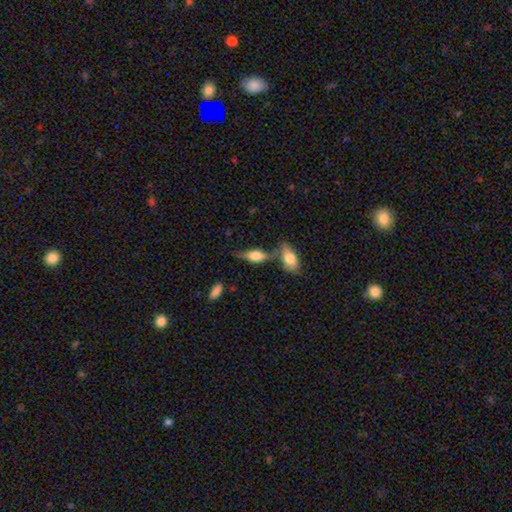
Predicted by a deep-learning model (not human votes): smooth_or_featured: featured or disk (p=0.48) [alt: smooth p=0.44]
merging: none (p=0.55) [alt: merger p=0.22]